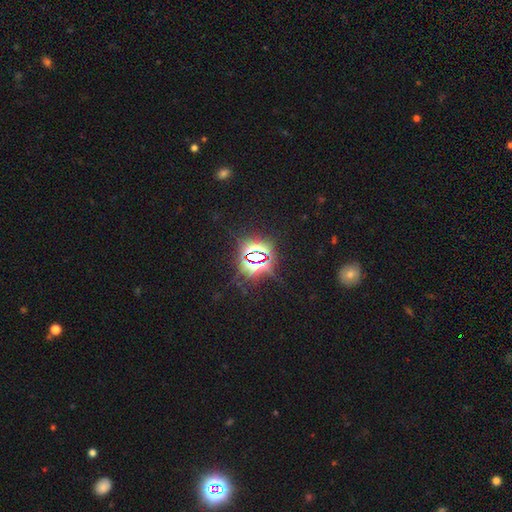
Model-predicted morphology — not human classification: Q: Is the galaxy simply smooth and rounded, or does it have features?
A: star or artifact — 81%.